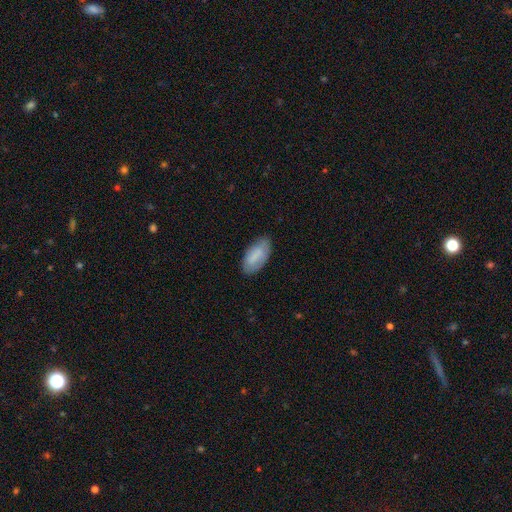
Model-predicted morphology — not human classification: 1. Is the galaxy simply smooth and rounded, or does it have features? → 79% smooth, 15% featured or disk, 6% star or artifact.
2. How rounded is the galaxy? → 92% in between, 5% cigar-shaped, 2% round.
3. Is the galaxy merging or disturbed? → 75% none, 20% minor disturbance, 4% major disturbance, 1% merger.